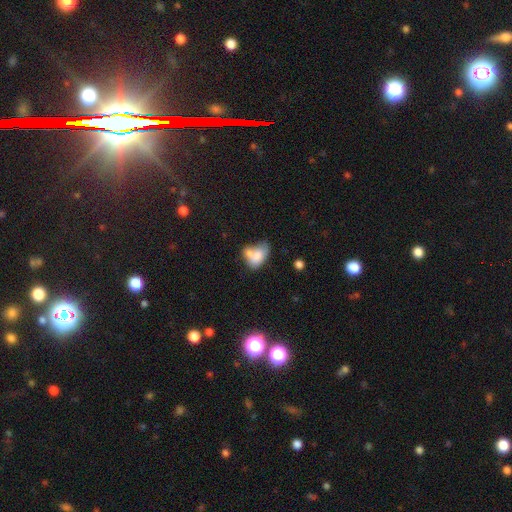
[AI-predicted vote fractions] This is likely a smooth galaxy (71%). How rounded: clearly in between (82%). Merging: possibly merger (51%).